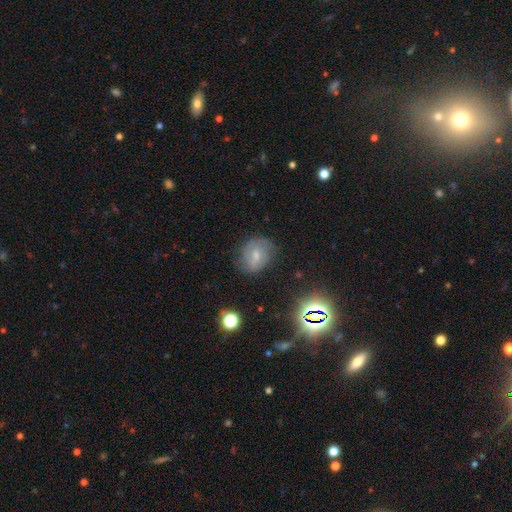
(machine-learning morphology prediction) smooth-or-featured: featured or disk: 48% | smooth: 38% | star or artifact: 14%
  merging: none: 69% | minor disturbance: 21% | major disturbance: 7% | merger: 2%